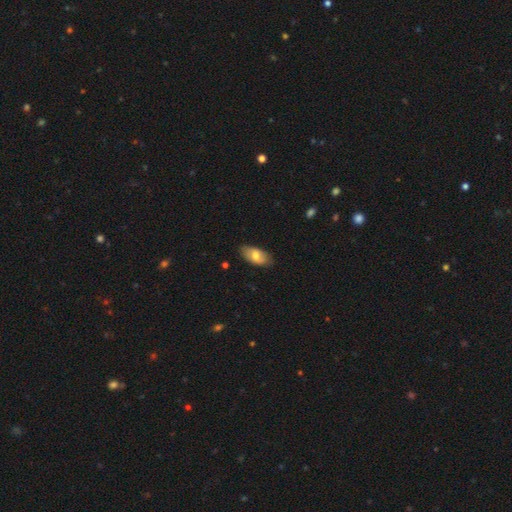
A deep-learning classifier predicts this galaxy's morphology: A smooth galaxy with no disk features (67%) that is in between round and cigar-shaped (93%). Merging: none (82%).